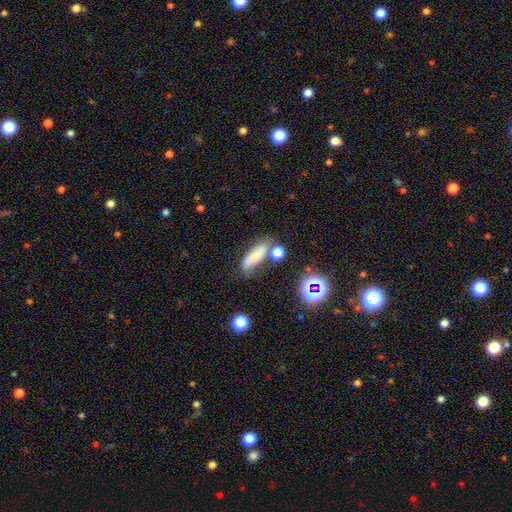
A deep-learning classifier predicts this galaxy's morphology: Overall: smooth (66%). How rounded: in between (58%; cigar-shaped 36%). Merging: none (55%; minor disturbance 20%).